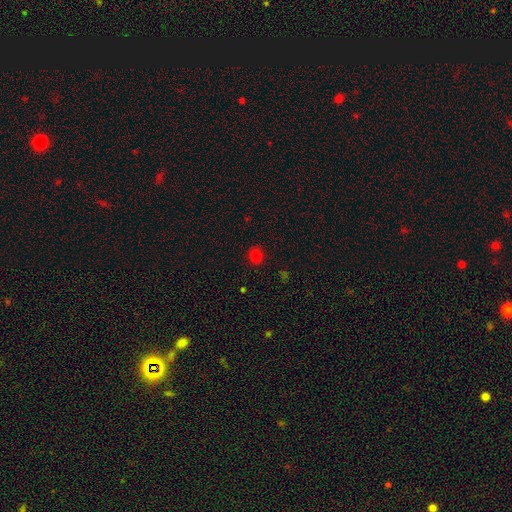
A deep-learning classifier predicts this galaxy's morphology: Smooth or featured?
  - smooth: 79% *
  - star or artifact: 17%
  - featured or disk: 4%
How rounded?
  - round: 82% *
  - in between: 17%
  - cigar-shaped: 1%
Merging?
  - none: 90% *
  - minor disturbance: 7%
  - major disturbance: 2%
  - merger: 1%